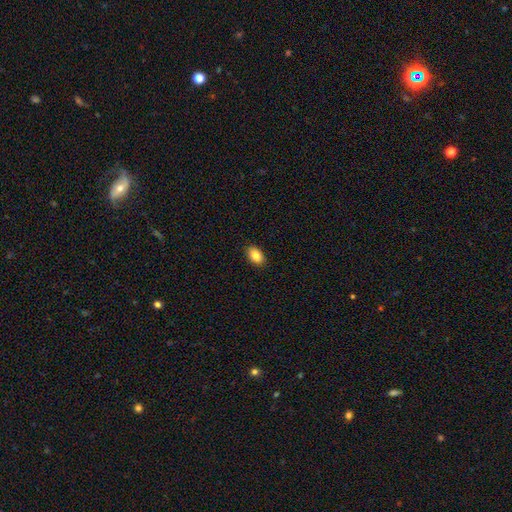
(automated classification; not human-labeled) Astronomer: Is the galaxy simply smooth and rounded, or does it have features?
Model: smooth — 85%.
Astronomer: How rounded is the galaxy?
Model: in between — 87%.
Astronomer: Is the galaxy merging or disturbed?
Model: none — 89%.